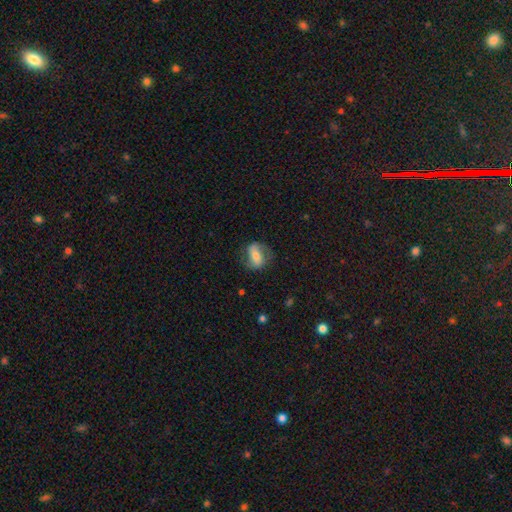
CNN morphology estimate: This is possibly a smooth galaxy (47%). Merging: likely none (69%).